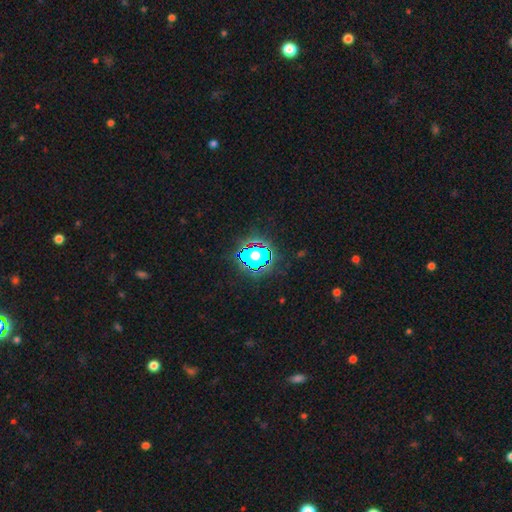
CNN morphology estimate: Overall: star or artifact (53%; smooth 31%).